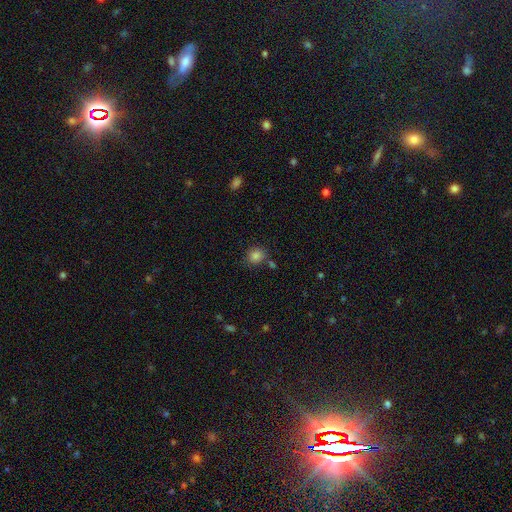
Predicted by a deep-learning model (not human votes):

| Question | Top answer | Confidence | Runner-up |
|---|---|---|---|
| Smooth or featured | smooth | 83% | star or artifact (12%) |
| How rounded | round | 75% | in between (24%) |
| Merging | none | 74% | minor disturbance (13%) |